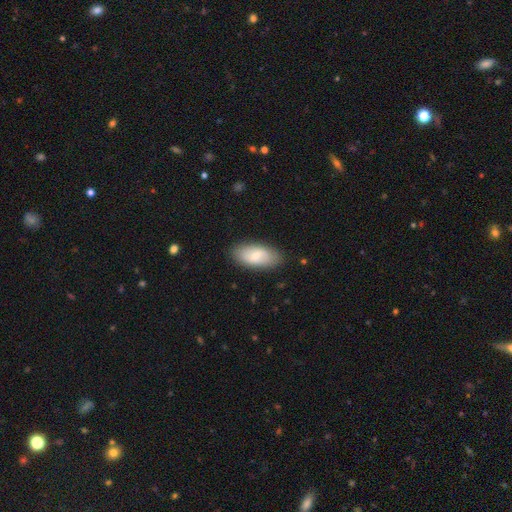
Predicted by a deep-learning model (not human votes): Smooth or featured? Predicted: smooth (p=0.67). How rounded? Predicted: in between (p=0.91). Merging? Predicted: none (p=0.84).